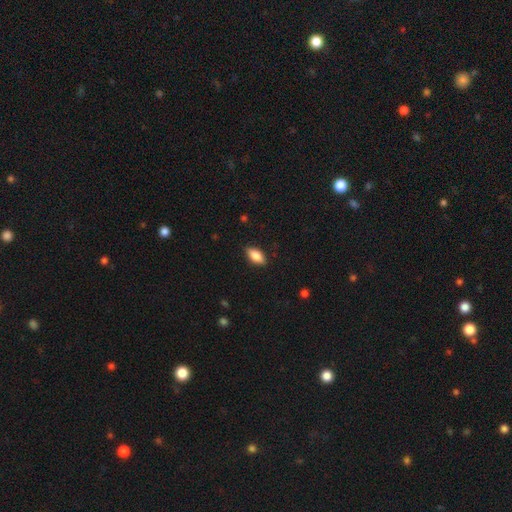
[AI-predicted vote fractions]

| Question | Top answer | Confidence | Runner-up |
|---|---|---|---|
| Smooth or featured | smooth | 84% | featured or disk (10%) |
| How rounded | in between | 89% | cigar-shaped (8%) |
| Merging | none | 85% | minor disturbance (12%) |